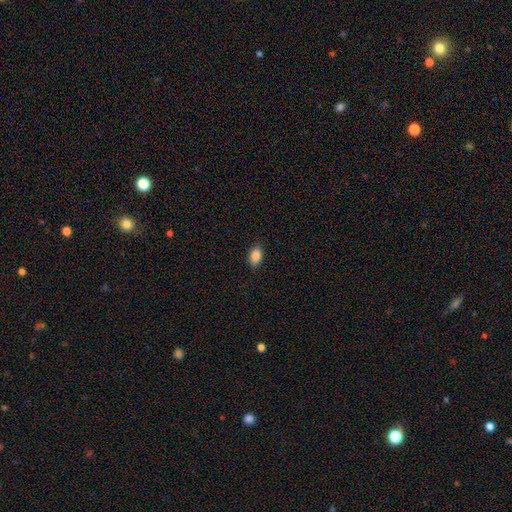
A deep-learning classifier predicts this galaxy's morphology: Overall: smooth (87%). How rounded: in between (88%). Merging: none (88%).